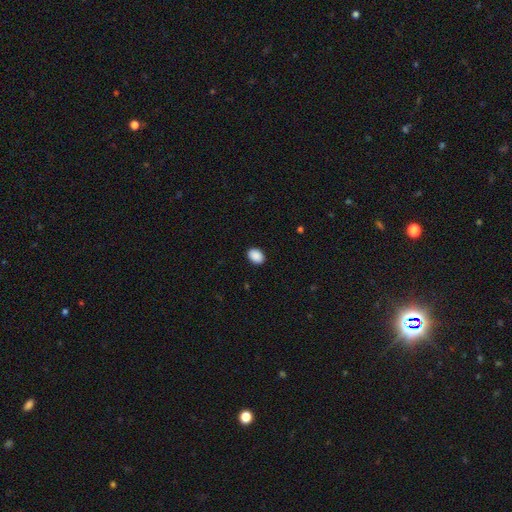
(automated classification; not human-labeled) Smooth or featured?
  - smooth: 90% *
  - star or artifact: 7%
  - featured or disk: 2%
How rounded?
  - in between: 77% *
  - round: 22%
  - cigar-shaped: 1%
Merging?
  - none: 90% *
  - minor disturbance: 7%
  - major disturbance: 2%
  - merger: 1%